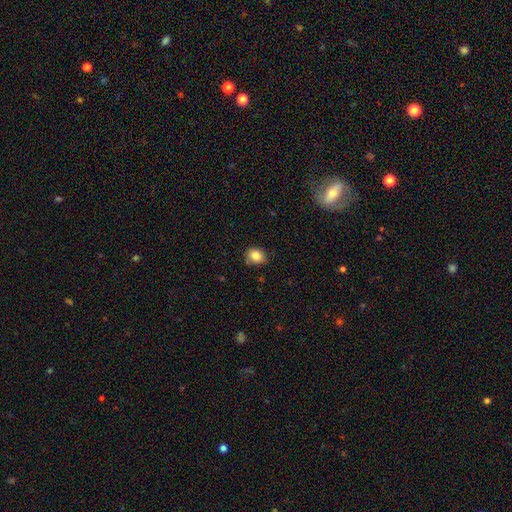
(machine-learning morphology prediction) The model was most divided on "how rounded": round: 56%, in between: 43%, cigar-shaped: 1%. More confident: smooth or featured — smooth (83%); merging — none (78%).